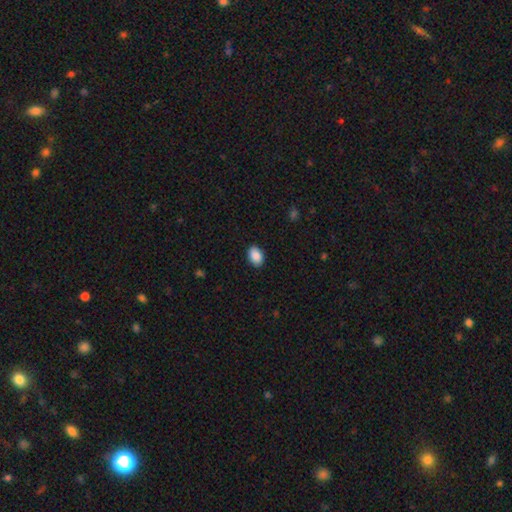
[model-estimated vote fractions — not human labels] Smooth or featured?
  - smooth: 90% *
  - star or artifact: 7%
  - featured or disk: 3%
How rounded?
  - in between: 84% *
  - round: 14%
  - cigar-shaped: 1%
Merging?
  - none: 89% *
  - minor disturbance: 8%
  - major disturbance: 2%
  - merger: 1%